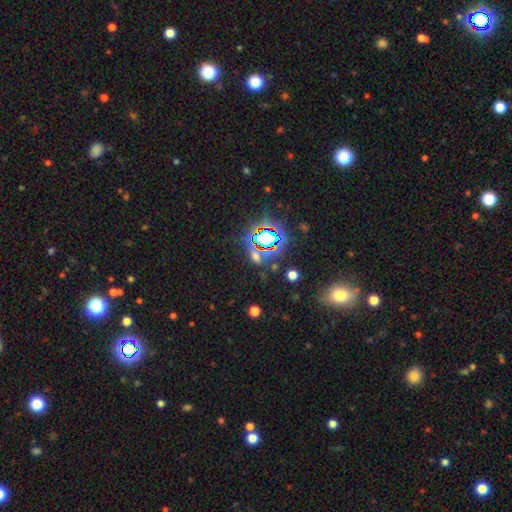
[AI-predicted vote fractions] smooth-or-featured: star or artifact: 58% | smooth: 31% | featured or disk: 11%